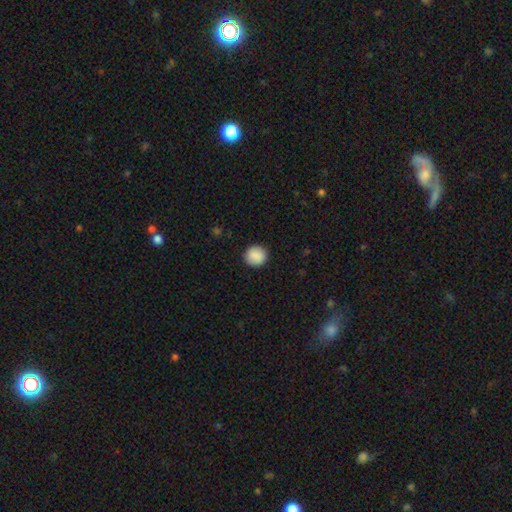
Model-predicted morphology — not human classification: A smooth galaxy with no disk features (90%) that is round (92%). Merging: none (91%).